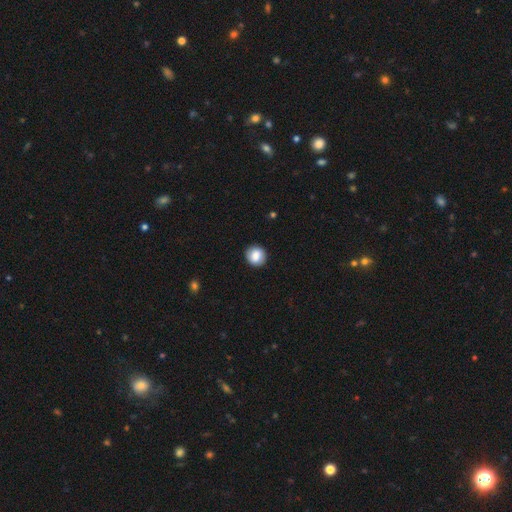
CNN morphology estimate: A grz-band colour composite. It shows a smooth galaxy with no disk features (84%) that is round (87%). Merging: none (90%).